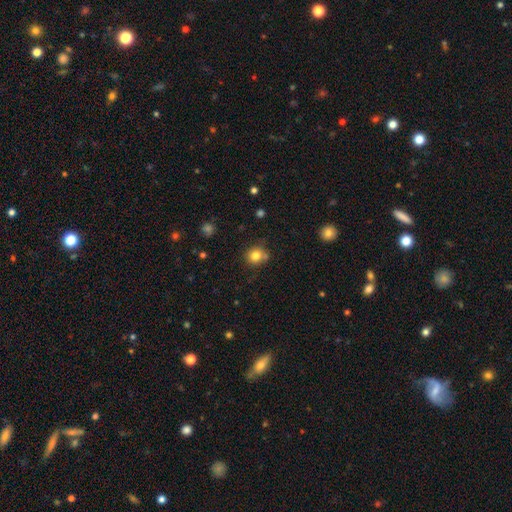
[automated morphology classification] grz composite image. It shows a smooth galaxy with no disk features (81%) that is round (84%). Merging: none (73%).